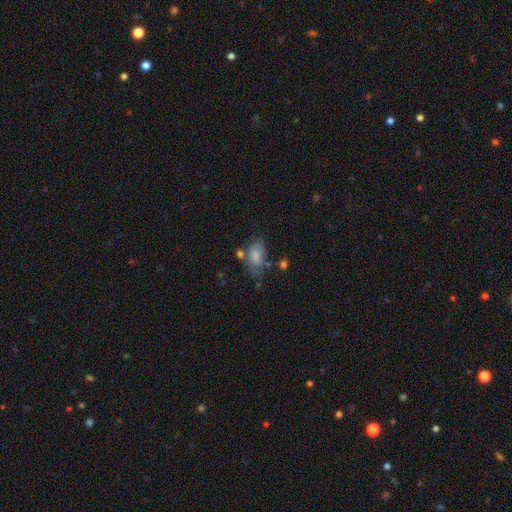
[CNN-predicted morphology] A smooth galaxy with no disk features (71%) that is in between round and cigar-shaped (89%).

Vote fractions:
- Smooth or featured? smooth: 71% / featured or disk: 21% / star or artifact: 8%
- How rounded? in between: 89% / round: 8% / cigar-shaped: 3%
- Merging? none: 43% / minor disturbance: 29% / major disturbance: 16% / merger: 12%